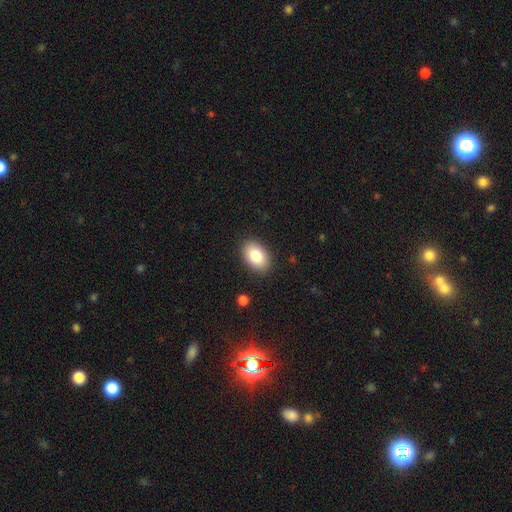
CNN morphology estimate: Smooth or featured? Predicted: smooth (p=0.82). How rounded? Predicted: in between (p=0.89). Merging? Predicted: none (p=0.89).